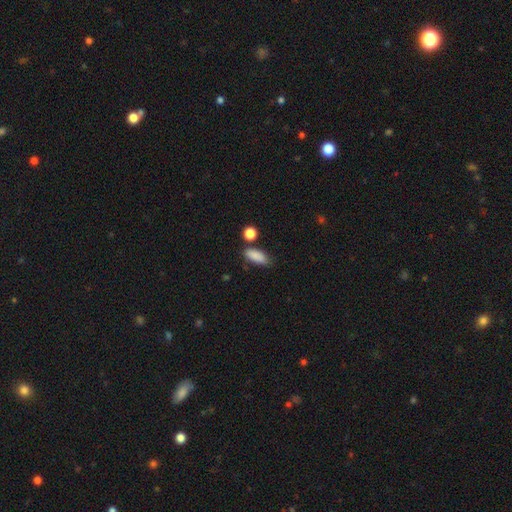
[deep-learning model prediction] Q: Smooth or featured?
A: smooth (86%); runner-up: star or artifact (8%)
Q: How rounded?
A: in between (76%); runner-up: cigar-shaped (19%)
Q: Merging?
A: none (69%); runner-up: minor disturbance (19%)